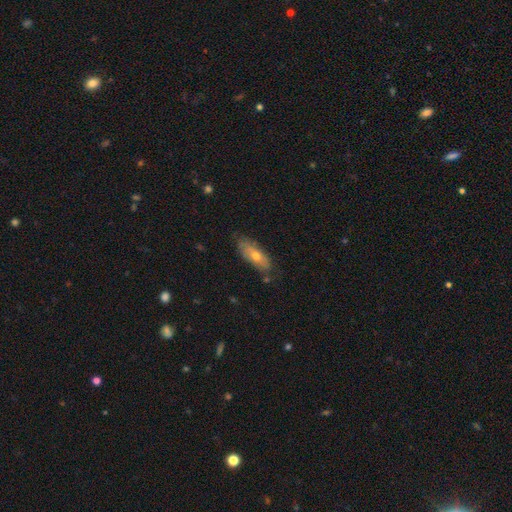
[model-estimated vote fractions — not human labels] This appears to be a smooth galaxy with no disk features (56%) that is in between round and cigar-shaped (66%). Merging: none (72%).